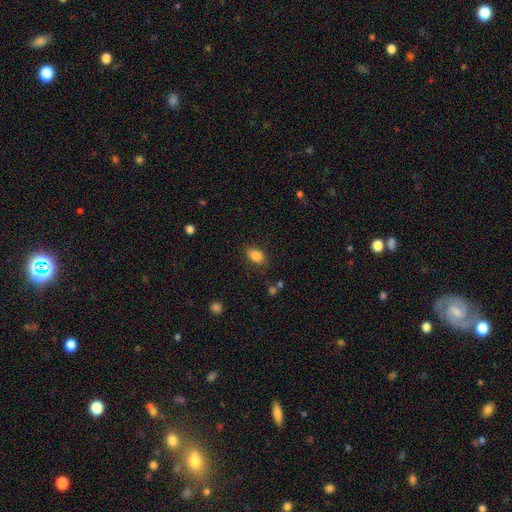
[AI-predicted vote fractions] A smooth galaxy with no disk features (85%) that is in between round and cigar-shaped (85%). Merging: none (79%).